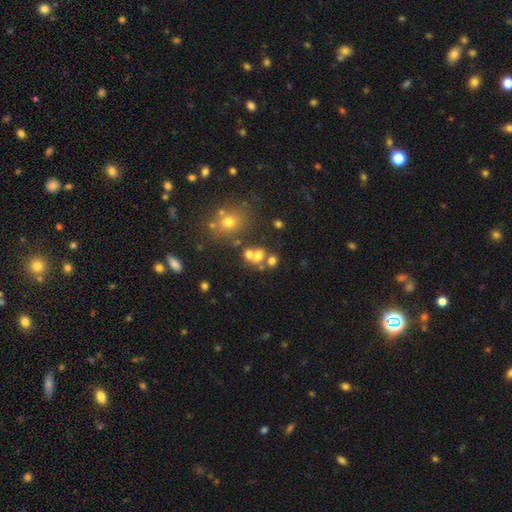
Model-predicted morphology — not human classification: A smooth galaxy with no disk features (62%) that is round (64%). Merging: merger (47%).